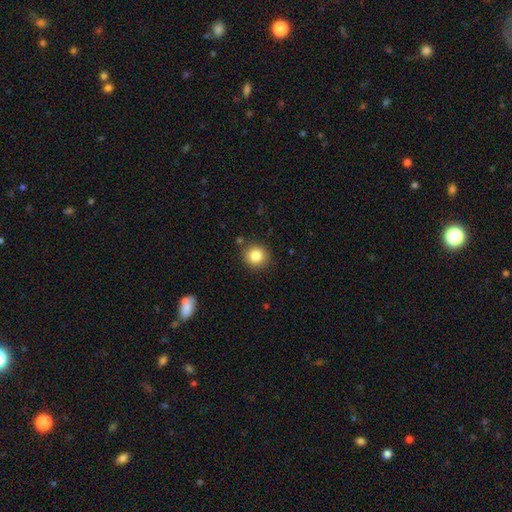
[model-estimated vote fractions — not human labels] This appears to be a smooth galaxy with no disk features (84%) that is round (90%). Merging: none (87%).